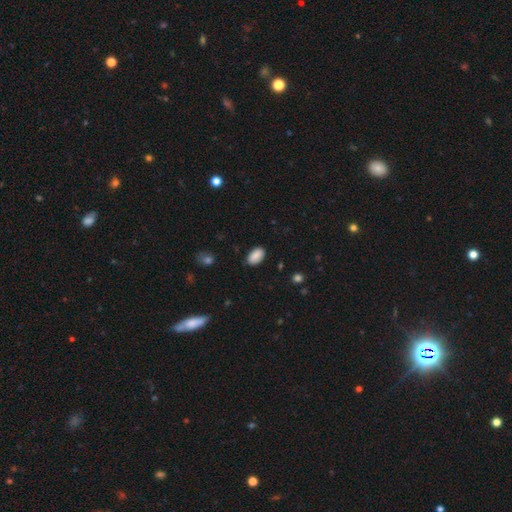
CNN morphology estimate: Q: Smooth or featured?
A: smooth (88%); runner-up: star or artifact (7%)
Q: How rounded?
A: in between (93%); runner-up: round (5%)
Q: Merging?
A: none (83%); runner-up: minor disturbance (13%)